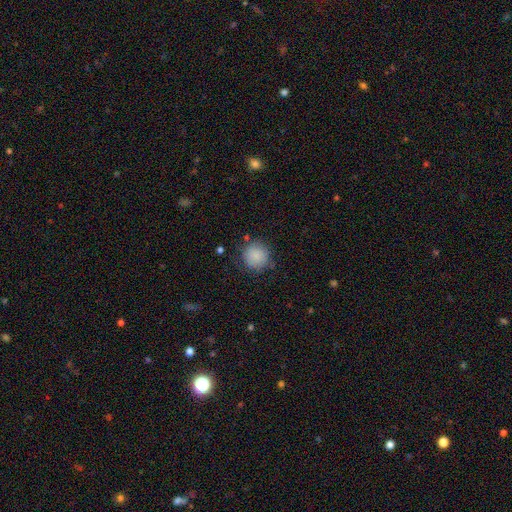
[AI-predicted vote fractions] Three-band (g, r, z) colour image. It shows a smooth galaxy with no disk features (86%) that is round (92%). Merging: none (78%).